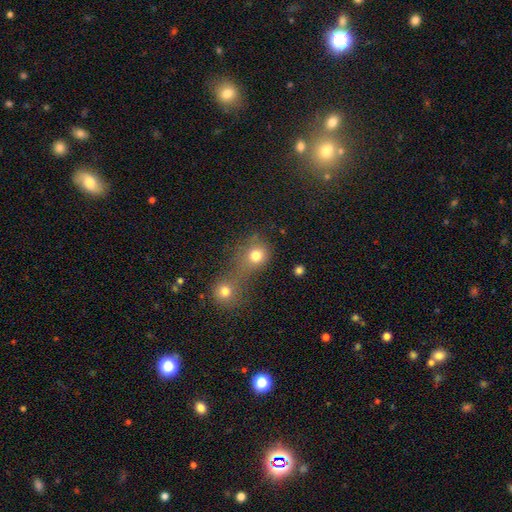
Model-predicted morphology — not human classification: The model was most divided on "merging": merger: 53%, none: 34%, minor disturbance: 8%, major disturbance: 6%. More confident: how rounded — round (78%); smooth or featured — smooth (77%).